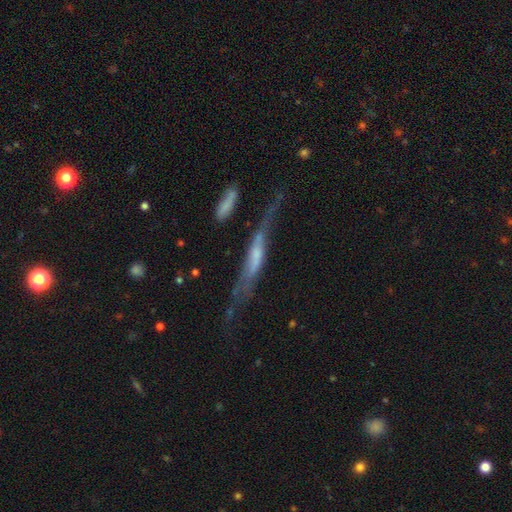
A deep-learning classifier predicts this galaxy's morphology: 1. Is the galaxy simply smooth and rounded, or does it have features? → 68% featured or disk, 24% smooth, 8% star or artifact.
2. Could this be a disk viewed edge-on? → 70% yes, 30% no.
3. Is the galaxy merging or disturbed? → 45% none, 24% major disturbance, 23% minor disturbance, 8% merger.